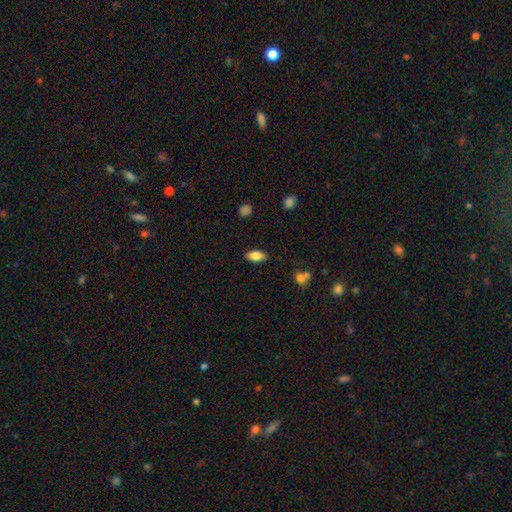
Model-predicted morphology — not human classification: Smooth or featured? smooth (84%)
How rounded? in between (90%)
Merging? none (87%)